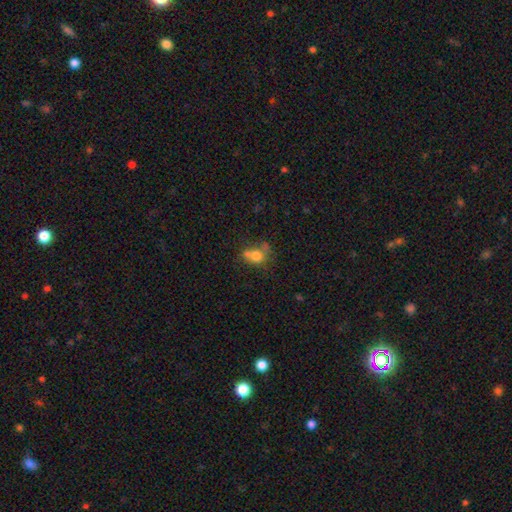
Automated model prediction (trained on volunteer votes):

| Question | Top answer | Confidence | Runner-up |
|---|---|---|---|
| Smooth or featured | smooth | 70% | featured or disk (17%) |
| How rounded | round | 54% | in between (44%) |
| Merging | merger | 39% | none (31%) |